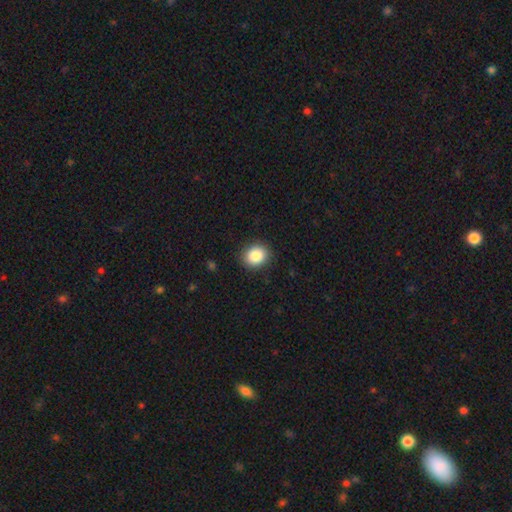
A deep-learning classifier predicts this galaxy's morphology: Smooth or featured?
  - smooth: 86% *
  - star or artifact: 9%
  - featured or disk: 5%
How rounded?
  - round: 68% *
  - in between: 31%
  - cigar-shaped: 1%
Merging?
  - none: 88% *
  - minor disturbance: 8%
  - major disturbance: 2%
  - merger: 1%